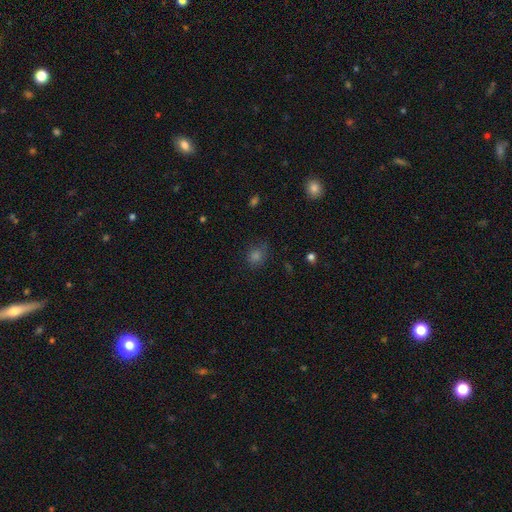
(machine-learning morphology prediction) smooth_or_featured: smooth (p=0.68) [alt: star or artifact p=0.24]
how_rounded: round (p=0.71) [alt: in between p=0.28]
merging: none (p=0.75) [alt: minor disturbance p=0.17]